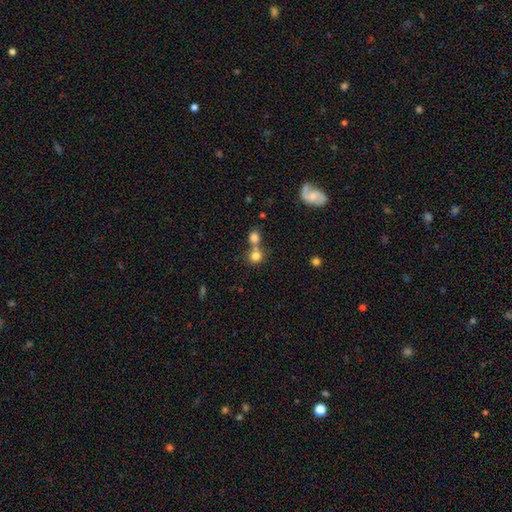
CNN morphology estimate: Smooth or featured? smooth (79%)
How rounded? round (85%)
Merging? none (47%)